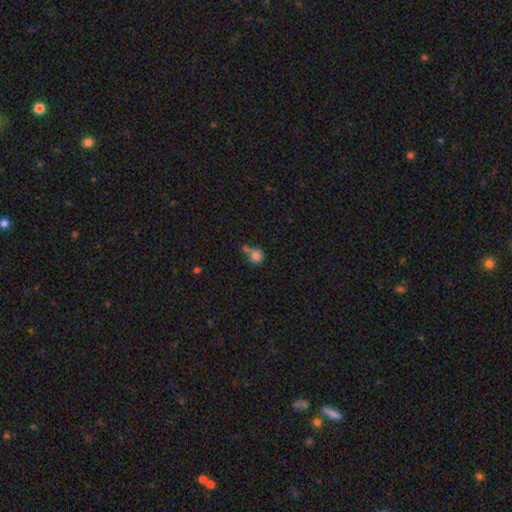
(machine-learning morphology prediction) type=smooth (80%); roundness=round (83%); merging=none (37%).